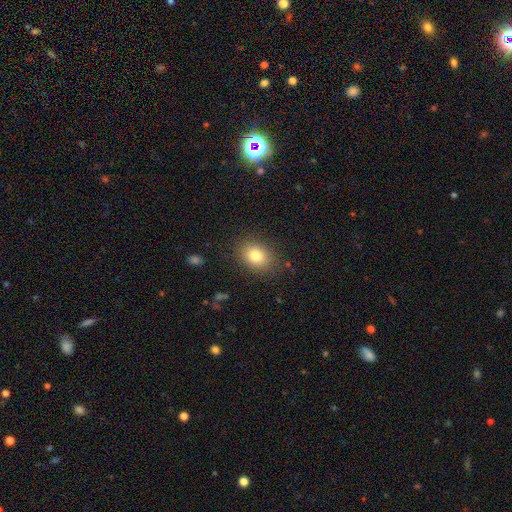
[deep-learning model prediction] Smooth or featured? Predicted: smooth (p=0.80). How rounded? Predicted: in between (p=0.63). Merging? Predicted: none (p=0.85).